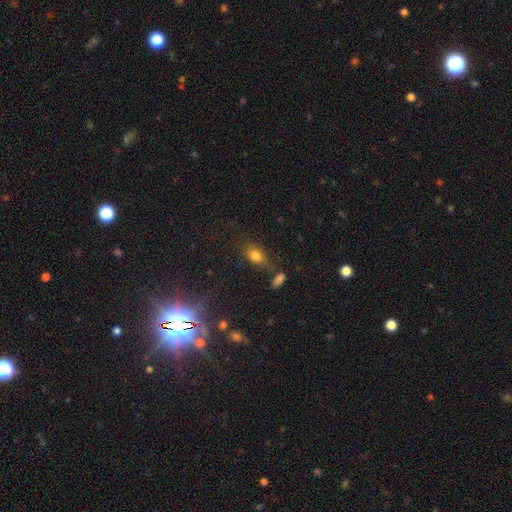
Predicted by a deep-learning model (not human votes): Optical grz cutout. It shows a smooth galaxy with no disk features (75%) that is in between round and cigar-shaped (74%). Merging: none (64%).